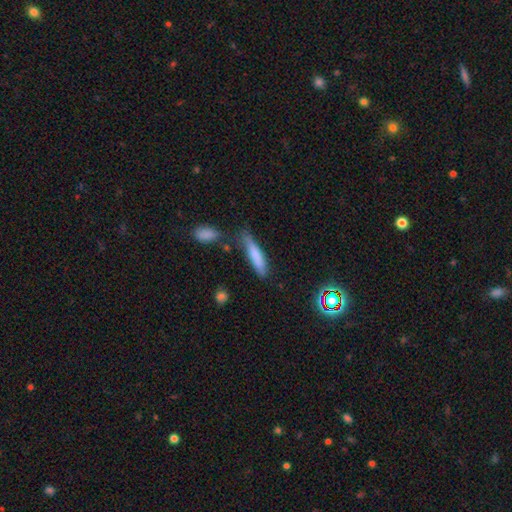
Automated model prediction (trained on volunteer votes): smooth 76%, featured or disk 17%, star or artifact 7%. Down the decision tree: how rounded — cigar-shaped (81%); merging — none (62%).